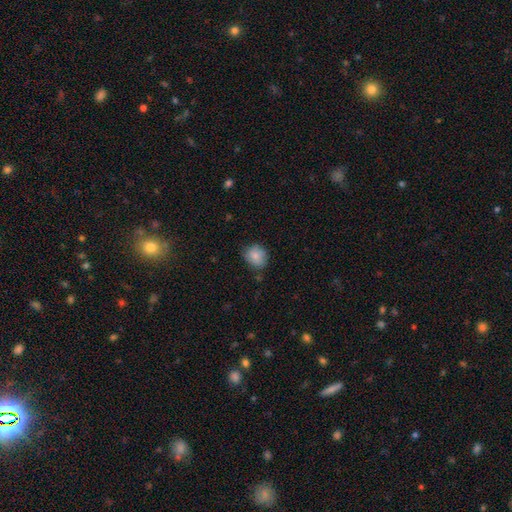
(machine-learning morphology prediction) This appears to be a smooth galaxy with no disk features (82%) that is round (63%). Merging: none (68%).